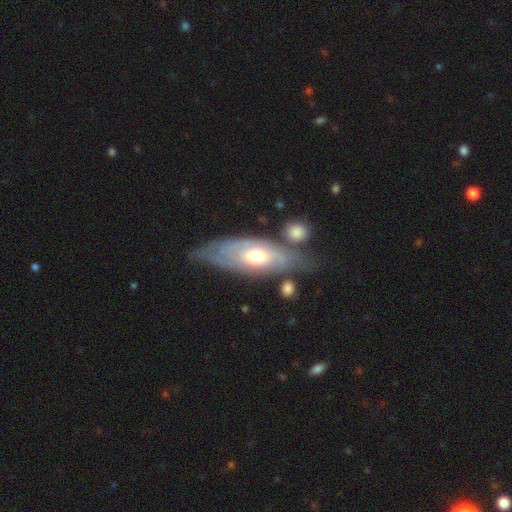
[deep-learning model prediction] Smooth or featured: featured or disk — 66% (smooth — 28%)
Edge-on disk: no — 74% (yes — 26%)
Merging: none — 55% (minor disturbance — 25%)